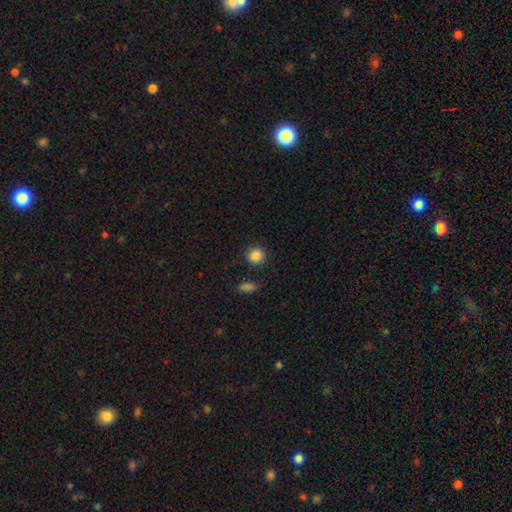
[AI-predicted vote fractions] A smooth galaxy with no disk features (87%) that is round (89%). Merging: none (88%).